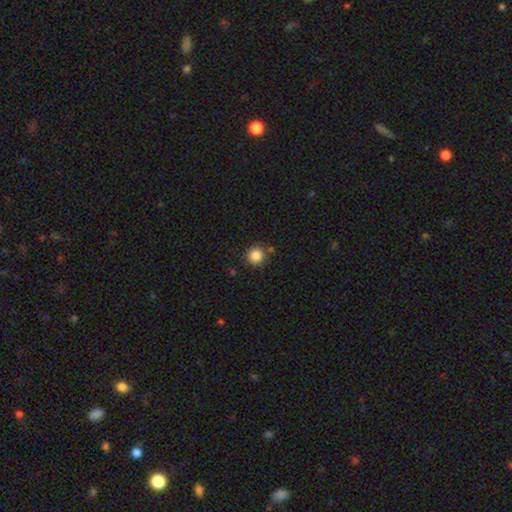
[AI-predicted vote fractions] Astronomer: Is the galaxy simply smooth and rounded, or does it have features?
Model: smooth — 86%.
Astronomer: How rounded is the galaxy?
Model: round — 93%.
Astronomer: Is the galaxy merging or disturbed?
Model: none — 85%.